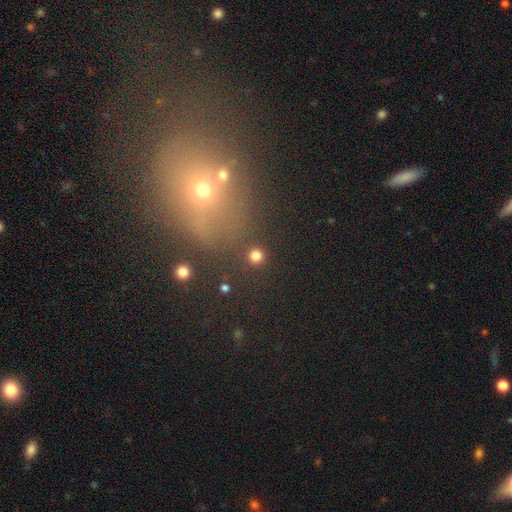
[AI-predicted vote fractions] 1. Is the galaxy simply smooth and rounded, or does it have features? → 82% smooth, 14% star or artifact, 4% featured or disk.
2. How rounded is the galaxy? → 94% round, 5% in between, 1% cigar-shaped.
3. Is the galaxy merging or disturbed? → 91% none, 4% minor disturbance, 2% merger, 2% major disturbance.